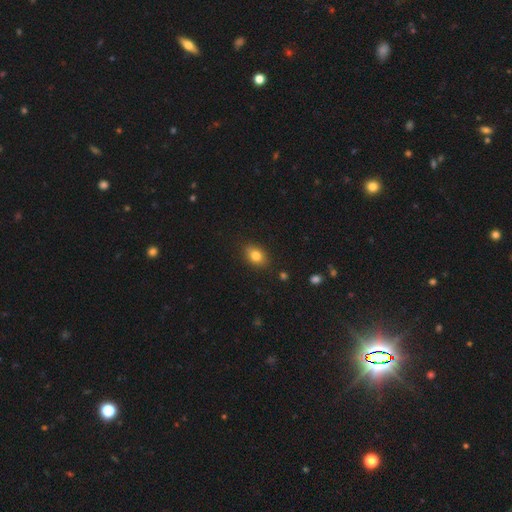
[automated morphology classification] Smooth or featured?
  - smooth: 82% *
  - star or artifact: 10%
  - featured or disk: 9%
How rounded?
  - in between: 71% *
  - round: 28%
  - cigar-shaped: 1%
Merging?
  - none: 86% *
  - minor disturbance: 11%
  - major disturbance: 2%
  - merger: 1%